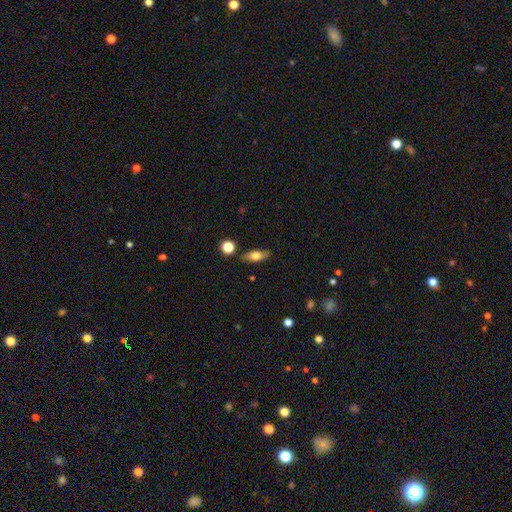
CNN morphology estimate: A smooth galaxy with no disk features (65%) that is in between round and cigar-shaped (72%).

Vote fractions:
- Smooth or featured? smooth: 65% / featured or disk: 27% / star or artifact: 8%
- How rounded? in between: 72% / cigar-shaped: 22% / round: 7%
- Merging? none: 83% / minor disturbance: 12% / merger: 3% / major disturbance: 3%